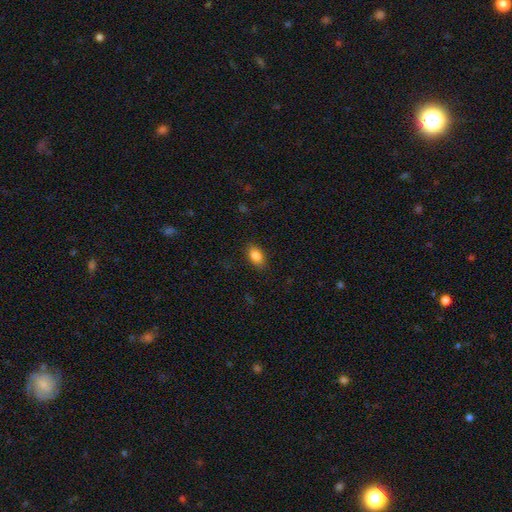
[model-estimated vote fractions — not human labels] Smooth or featured? Predicted: smooth (p=0.85). How rounded? Predicted: in between (p=0.88). Merging? Predicted: none (p=0.87).